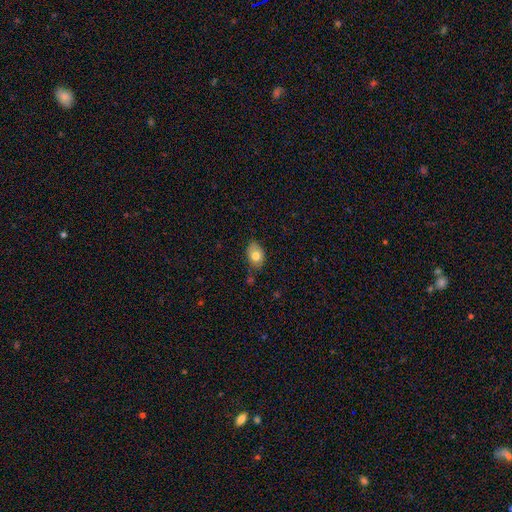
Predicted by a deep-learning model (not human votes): Morphology: type=smooth (79%); roundness=in between (81%); merging=none (67%).